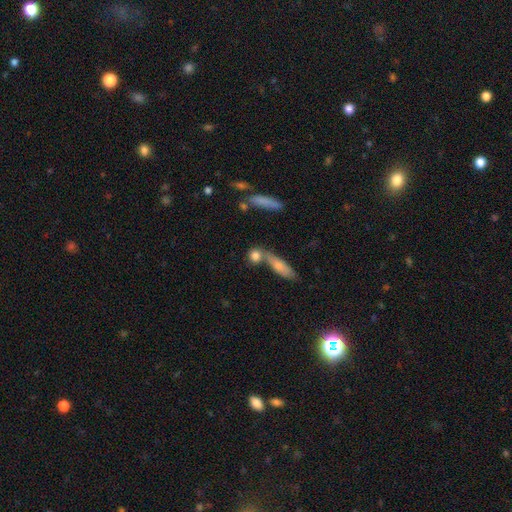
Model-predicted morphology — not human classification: Smooth or featured? smooth (77%)
How rounded? round (61%)
Merging? none (51%)